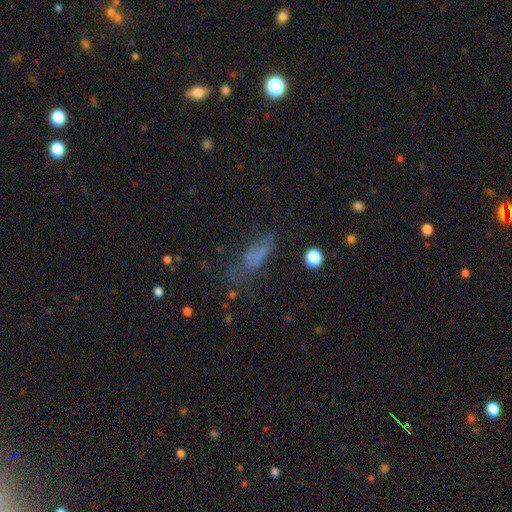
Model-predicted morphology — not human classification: This appears to be a smooth galaxy with no disk features (53%) that is in between round and cigar-shaped (56%). Merging: none (43%).